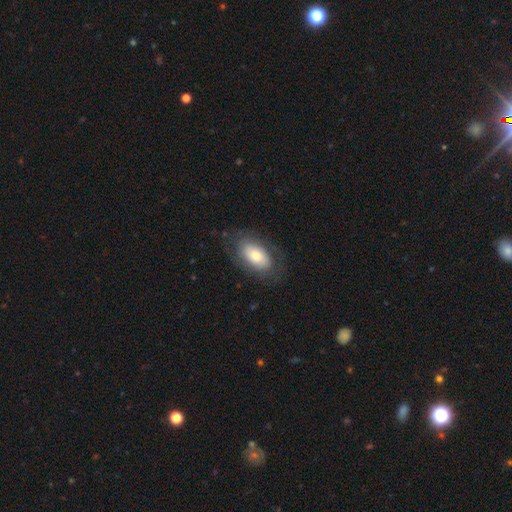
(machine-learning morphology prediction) Overall: smooth (67%). How rounded: in between (93%). Merging: none (74%).